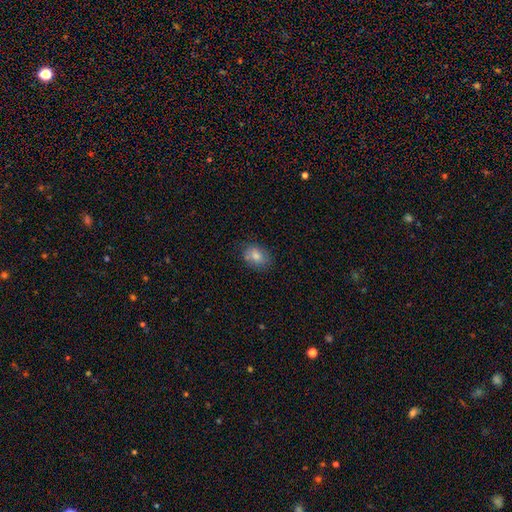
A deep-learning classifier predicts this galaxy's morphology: smooth_or_featured: smooth (p=0.77) [alt: featured or disk p=0.15]
how_rounded: in between (p=0.73) [alt: round p=0.26]
merging: none (p=0.73) [alt: minor disturbance p=0.18]